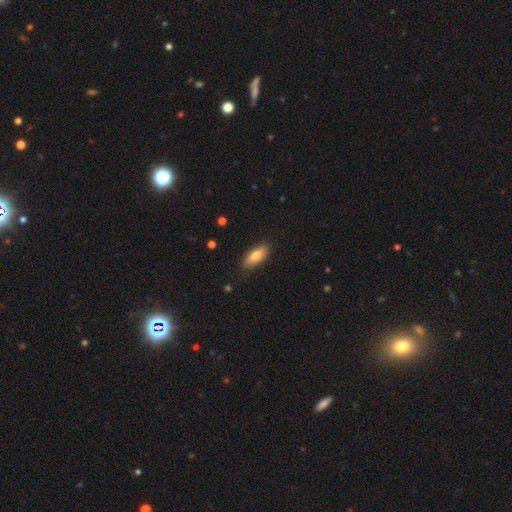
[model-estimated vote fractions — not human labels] The model was most divided on "how rounded": in between: 75%, cigar-shaped: 23%, round: 3%. More confident: merging — none (86%); smooth or featured — smooth (77%).